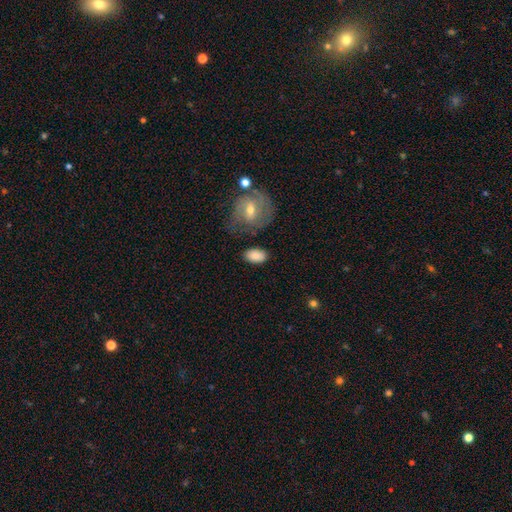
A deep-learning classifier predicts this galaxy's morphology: Smooth or featured: smooth — 83% (featured or disk — 10%)
How rounded: in between — 90% (round — 8%)
Merging: none — 75% (minor disturbance — 15%)